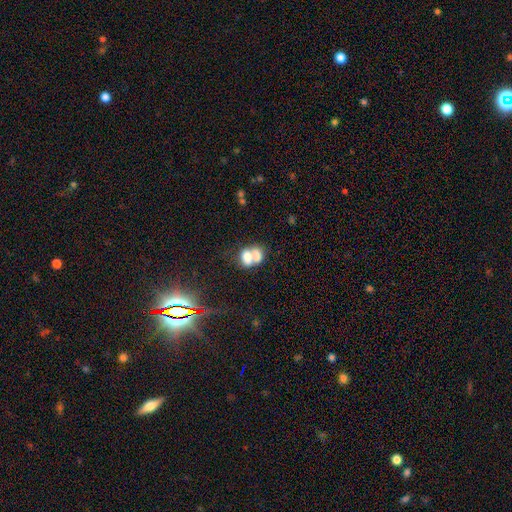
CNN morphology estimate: Smooth or featured? Predicted: smooth (p=0.68). How rounded? Predicted: in between (p=0.70). Merging? Predicted: merger (p=0.71).